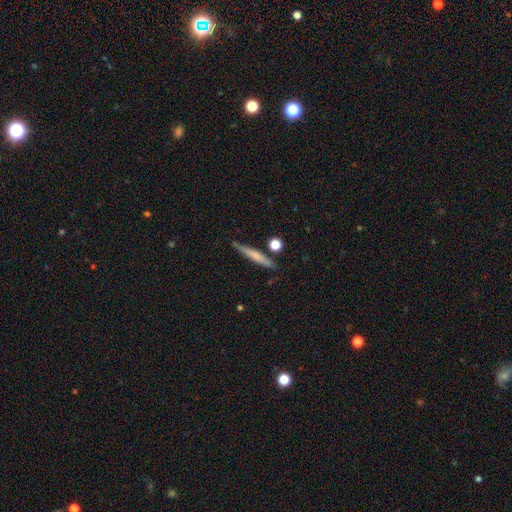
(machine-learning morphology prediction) type=smooth (58%); roundness=cigar-shaped (93%); merging=none (79%).